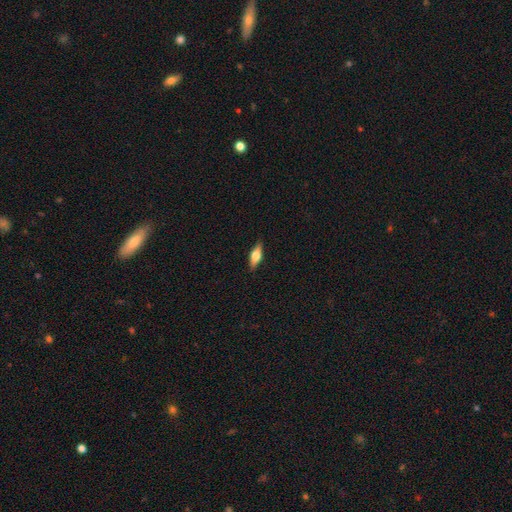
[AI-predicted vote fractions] Morphology: type=smooth (47%); merging=none (88%).